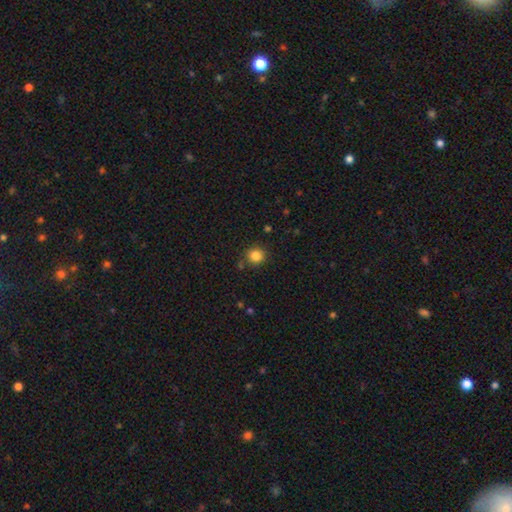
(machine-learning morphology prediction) smooth-or-featured: smooth: 84% | star or artifact: 11% | featured or disk: 4%
  how-rounded: round: 91% | in between: 8% | cigar-shaped: 1%
  merging: none: 85% | minor disturbance: 9% | merger: 3% | major disturbance: 3%